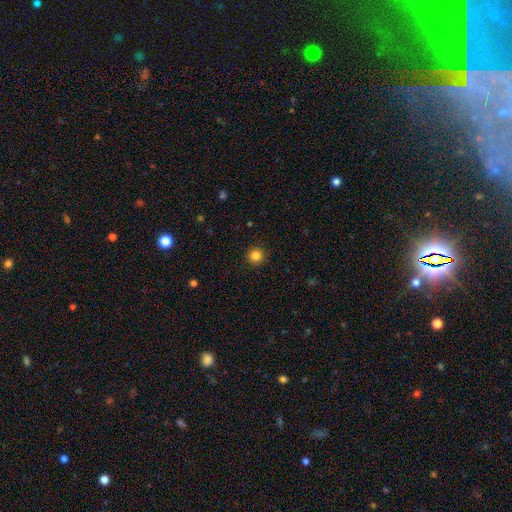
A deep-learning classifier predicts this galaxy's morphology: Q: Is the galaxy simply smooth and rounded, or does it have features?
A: smooth — 84%.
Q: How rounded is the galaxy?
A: round — 94%.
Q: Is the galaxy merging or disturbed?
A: none — 92%.